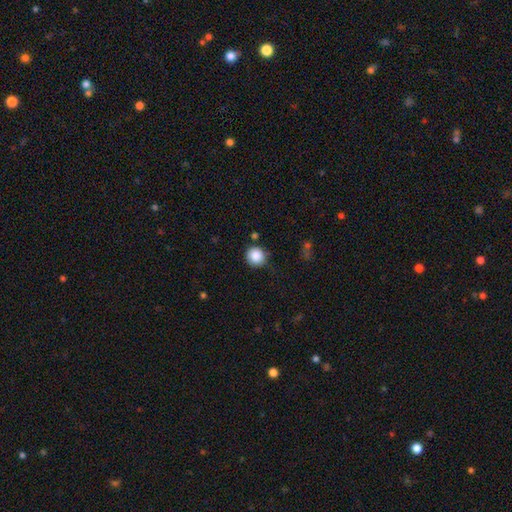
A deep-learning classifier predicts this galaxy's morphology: Smooth or featured? smooth (88%)
How rounded? round (93%)
Merging? none (80%)